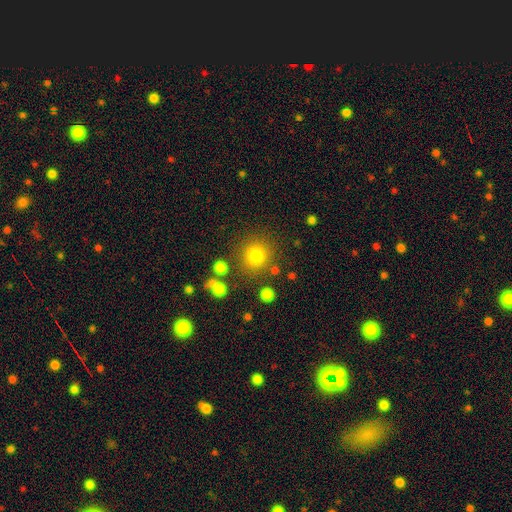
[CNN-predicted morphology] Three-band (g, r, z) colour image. It shows a smooth galaxy with no disk features (79%) that is round (91%). Merging: none (83%).